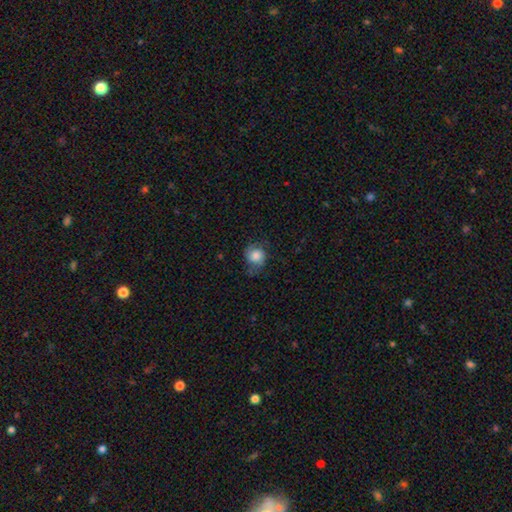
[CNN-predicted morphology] A smooth galaxy with no disk features (66%) that is round (74%).

Vote fractions:
- Smooth or featured? smooth: 66% / featured or disk: 26% / star or artifact: 9%
- How rounded? round: 74% / in between: 25% / cigar-shaped: 1%
- Merging? none: 58% / minor disturbance: 28% / major disturbance: 13% / merger: 1%